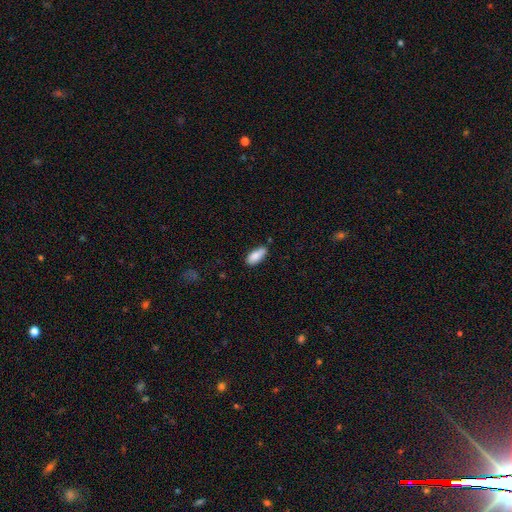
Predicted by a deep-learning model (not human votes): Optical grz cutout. It shows a smooth galaxy with no disk features (87%) that is in between round and cigar-shaped (82%). Merging: none (66%).